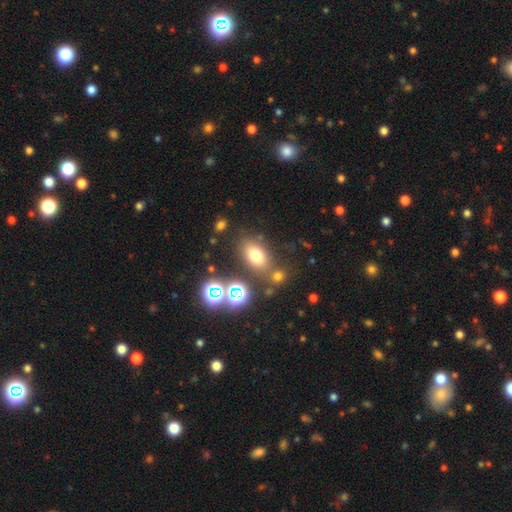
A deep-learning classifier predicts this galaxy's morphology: Overall: smooth (70%). How rounded: in between (80%). Merging: none (72%).